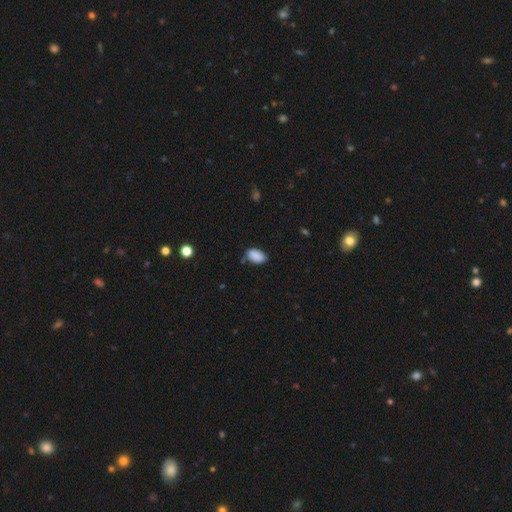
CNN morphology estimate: Overall: smooth (88%). How rounded: in between (92%). Merging: none (68%).